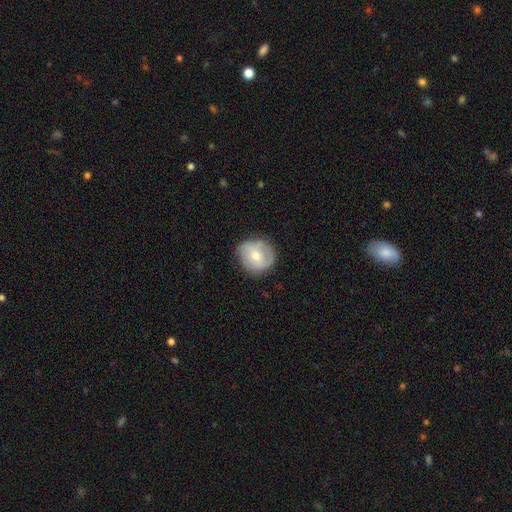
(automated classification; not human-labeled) Morphology: type=smooth (52%); roundness=round (85%); merging=none (75%).